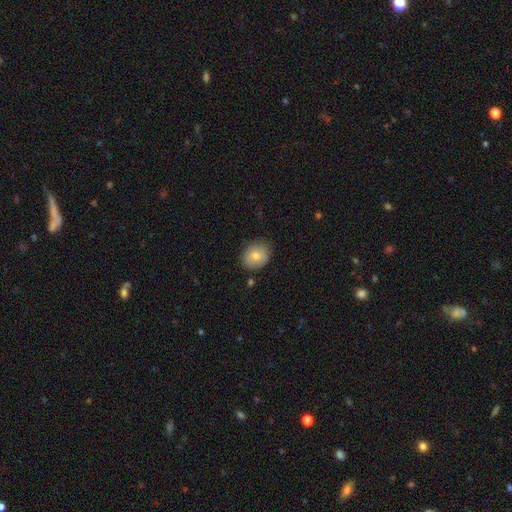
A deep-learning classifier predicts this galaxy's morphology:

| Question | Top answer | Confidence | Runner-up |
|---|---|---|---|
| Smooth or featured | smooth | 76% | featured or disk (15%) |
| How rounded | round | 65% | in between (34%) |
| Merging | none | 82% | minor disturbance (14%) |